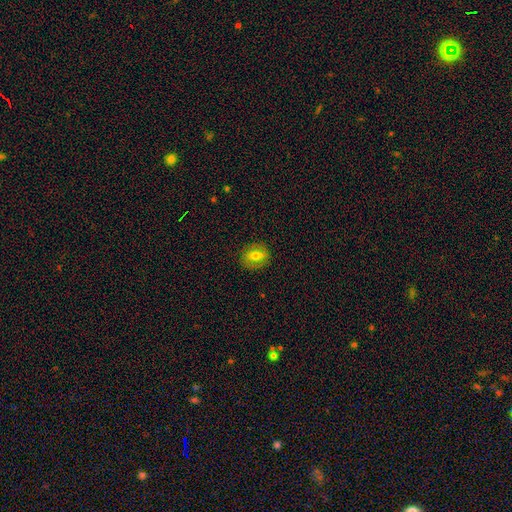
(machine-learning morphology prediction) Smooth or featured?
  - smooth: 59% *
  - featured or disk: 32%
  - star or artifact: 9%
How rounded?
  - round: 50% *
  - in between: 48%
  - cigar-shaped: 2%
Merging?
  - none: 84% *
  - minor disturbance: 12%
  - major disturbance: 4%
  - merger: 1%